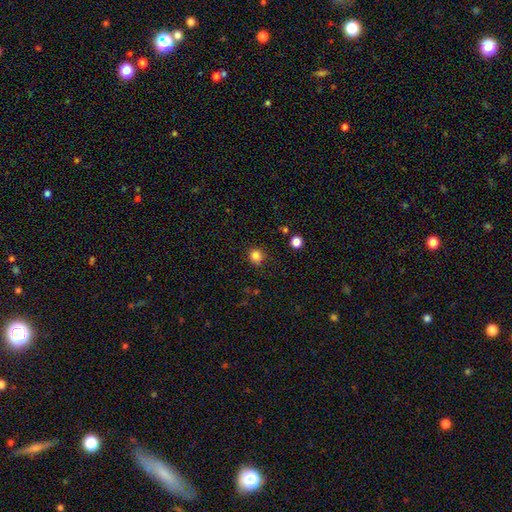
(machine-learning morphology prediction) Overall: smooth (84%). How rounded: round (90%). Merging: none (83%).